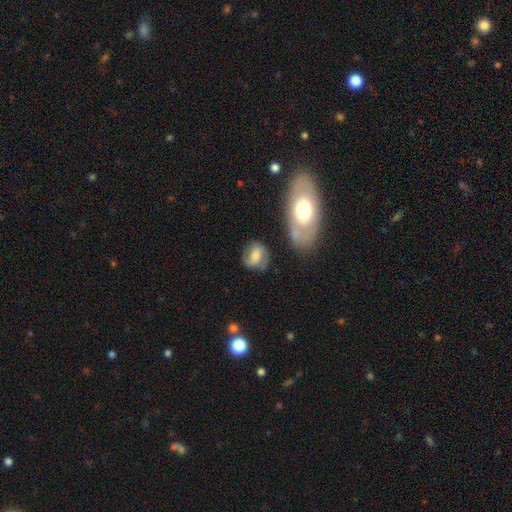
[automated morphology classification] smooth 46%, featured or disk 45%, star or artifact 9%. Down the decision tree: merging — none (65%).